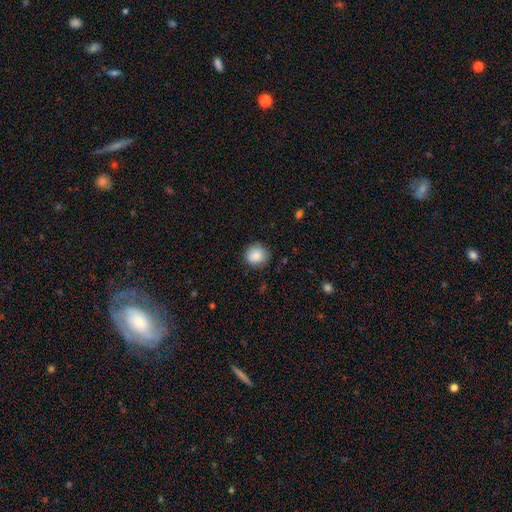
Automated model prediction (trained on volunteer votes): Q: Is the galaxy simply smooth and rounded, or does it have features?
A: smooth — 88%.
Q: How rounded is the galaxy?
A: round — 85%.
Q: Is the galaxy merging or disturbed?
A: none — 85%.